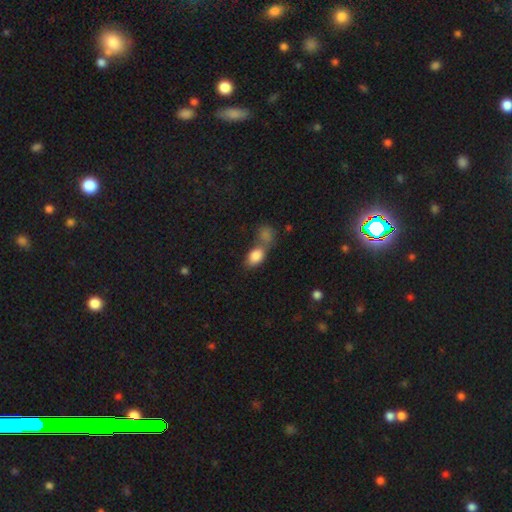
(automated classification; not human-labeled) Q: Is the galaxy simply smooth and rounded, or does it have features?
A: smooth — 85%.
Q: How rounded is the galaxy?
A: in between — 83%.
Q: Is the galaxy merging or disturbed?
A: merger — 46%.